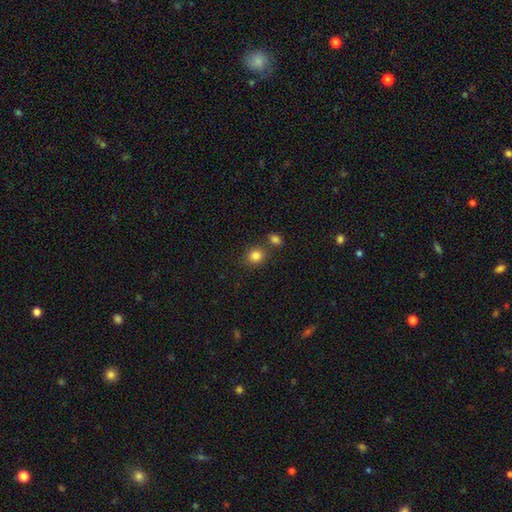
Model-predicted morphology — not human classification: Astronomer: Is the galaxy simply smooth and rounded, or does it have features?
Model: smooth — 84%.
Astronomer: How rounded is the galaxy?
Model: round — 78%.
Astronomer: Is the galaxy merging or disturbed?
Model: none — 74%.